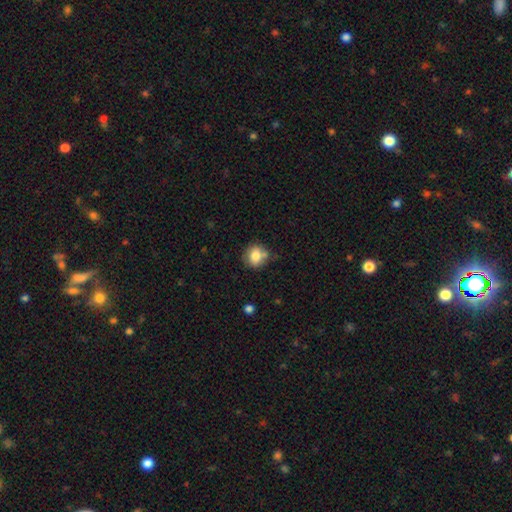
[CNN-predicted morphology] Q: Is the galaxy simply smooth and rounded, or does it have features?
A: smooth — 80%.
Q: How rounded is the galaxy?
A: round — 76%.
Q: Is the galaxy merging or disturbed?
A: none — 66%.